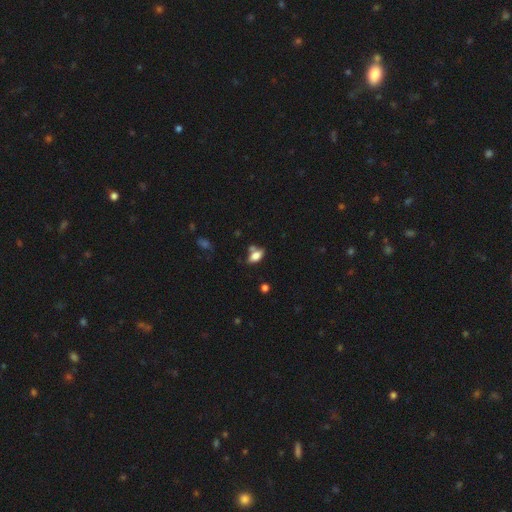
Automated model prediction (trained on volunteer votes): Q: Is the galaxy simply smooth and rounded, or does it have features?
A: smooth — 75%.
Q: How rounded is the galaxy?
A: in between — 87%.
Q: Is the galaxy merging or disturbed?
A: none — 56%.